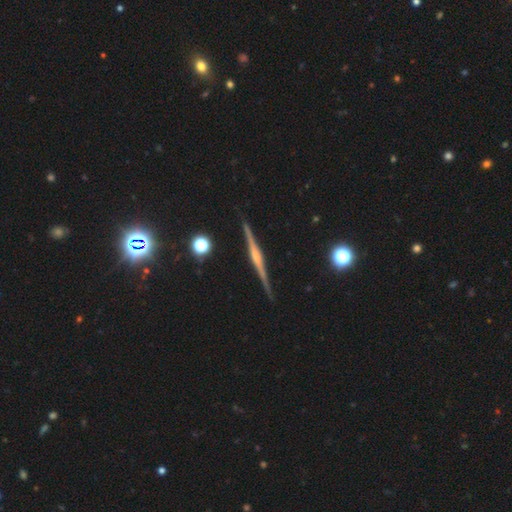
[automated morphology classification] Overall: featured or disk (83%). Edge-on disk: yes (99%). Edge-on bulge: rounded (66%). Merging: none (92%).